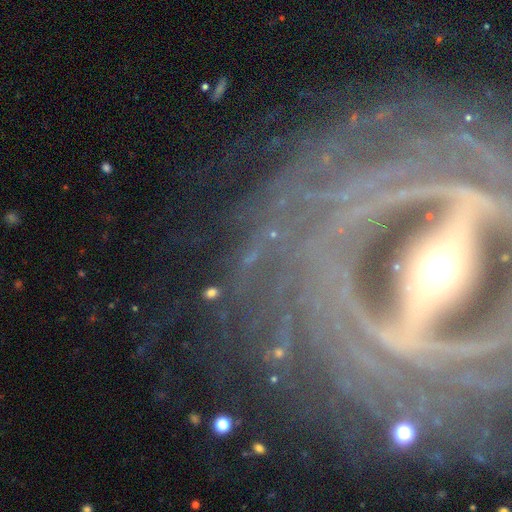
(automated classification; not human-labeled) Smooth or featured: featured or disk — 78% (star or artifact — 14%)
Edge-on disk: no — 86% (yes — 14%)
Bar: strong — 61% (weak — 21%)
Spiral arms: yes — 90% (no — 10%)
Spiral winding: tight — 66% (medium — 23%)
Spiral arm count: can't tell — 24% (2 — 23%)
Bulge size: moderate — 48% (small — 36%)
Merging: none — 75% (minor disturbance — 12%)